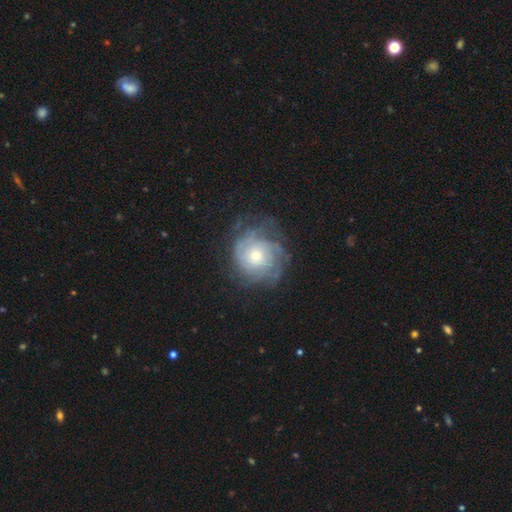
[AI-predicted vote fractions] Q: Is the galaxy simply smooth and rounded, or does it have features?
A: featured or disk — 73%.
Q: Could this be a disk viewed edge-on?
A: no — 97%.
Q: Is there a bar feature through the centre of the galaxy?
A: no — 80%.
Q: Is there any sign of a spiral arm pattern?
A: yes — 88%.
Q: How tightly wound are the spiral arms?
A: tight — 69%.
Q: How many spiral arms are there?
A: can't tell — 53%.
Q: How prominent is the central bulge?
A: moderate — 48%.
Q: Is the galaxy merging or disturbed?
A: none — 68%.